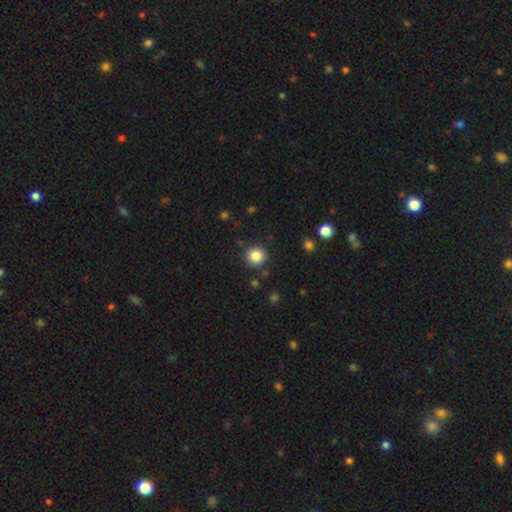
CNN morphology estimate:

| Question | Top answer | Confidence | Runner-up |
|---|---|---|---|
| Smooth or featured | smooth | 85% | star or artifact (10%) |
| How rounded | round | 94% | in between (5%) |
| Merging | none | 89% | minor disturbance (7%) |